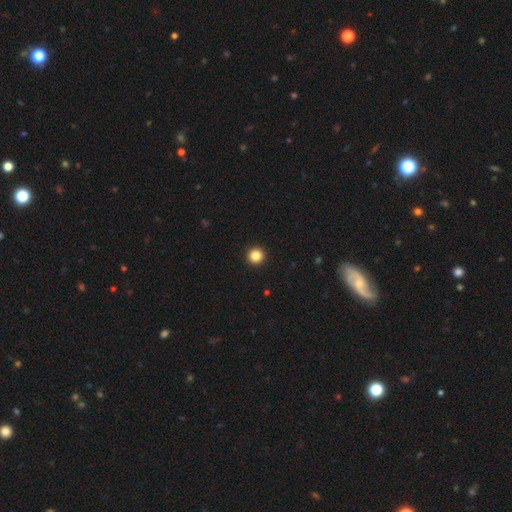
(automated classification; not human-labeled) This is clearly a smooth galaxy (85%). How rounded: clearly round (96%). Merging: clearly none (94%).